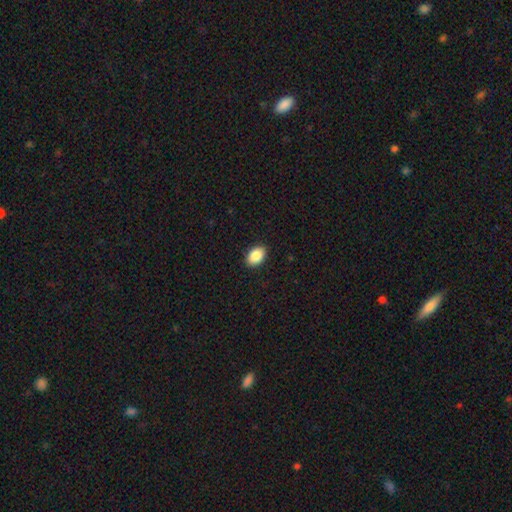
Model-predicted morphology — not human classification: smooth_or_featured: smooth (p=0.89) [alt: star or artifact p=0.07]
how_rounded: in between (p=0.86) [alt: round p=0.13]
merging: none (p=0.90) [alt: minor disturbance p=0.07]